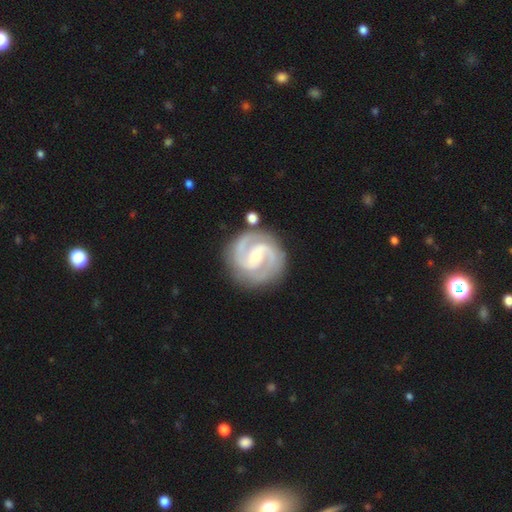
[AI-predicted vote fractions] smooth-or-featured: featured or disk: 92% | star or artifact: 4% | smooth: 4%
  disk-edge-on: no: 98% | yes: 2%
    bar: weak: 46% | strong: 28% | no: 25%
    has-spiral-arms: yes: 98% | no: 2%
      spiral-winding: medium: 52% | tight: 41% | loose: 7%
      spiral-arm-count: 2: 88% | 3: 6% | can't tell: 2% | 4: 1% | 1: 1% | more than 4: 1%
    bulge-size: small: 53% | moderate: 42% | large: 2% | none: 2% | dominant: 1%
  merging: none: 82% | minor disturbance: 12% | major disturbance: 4% | merger: 3%